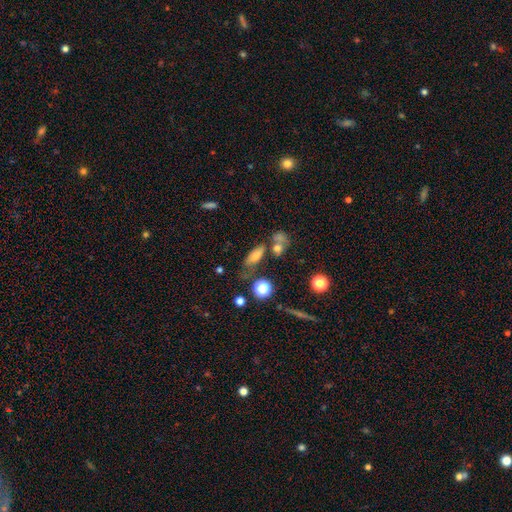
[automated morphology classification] type=smooth (61%); roundness=in between (65%); merging=none (56%).